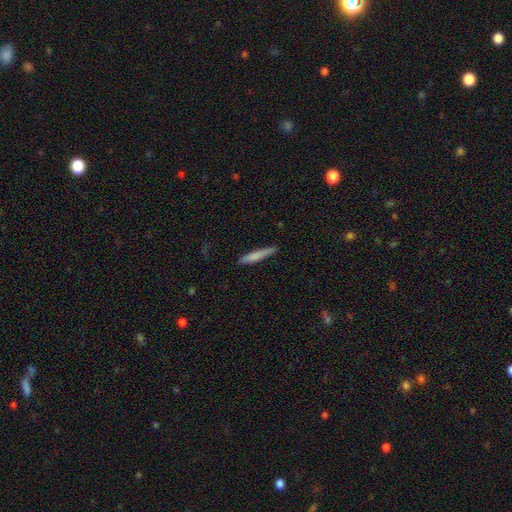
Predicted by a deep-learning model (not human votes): A smooth galaxy with no disk features (77%) that is cigar-shaped (93%).

Vote fractions:
- Smooth or featured? smooth: 77% / featured or disk: 17% / star or artifact: 6%
- How rounded? cigar-shaped: 93% / in between: 6% / round: 1%
- Merging? none: 84% / minor disturbance: 13% / major disturbance: 2% / merger: 1%